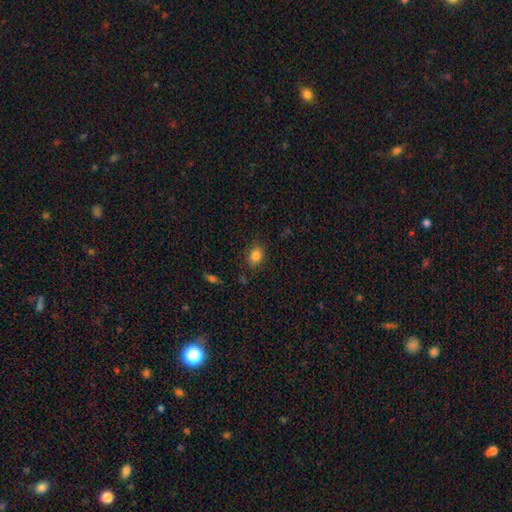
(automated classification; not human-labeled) Smooth or featured: smooth — 83% (star or artifact — 10%)
How rounded: in between — 58% (round — 41%)
Merging: none — 81% (minor disturbance — 14%)